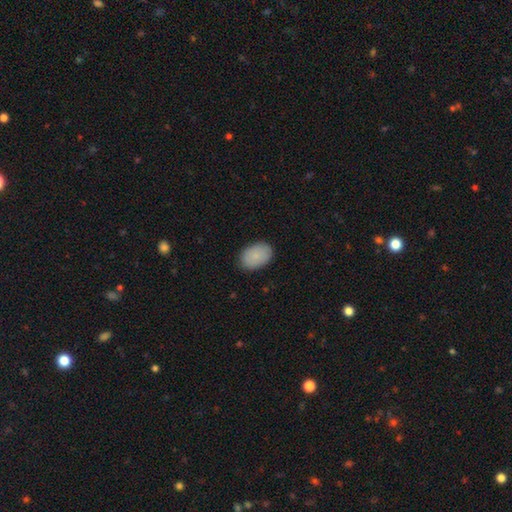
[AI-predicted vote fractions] This is clearly a smooth galaxy (87%). How rounded: clearly in between (87%). Merging: clearly none (87%).